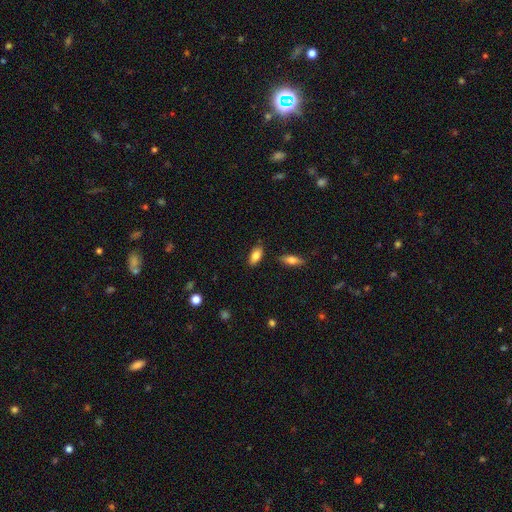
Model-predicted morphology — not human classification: Q: Smooth or featured?
A: smooth (84%); runner-up: featured or disk (9%)
Q: How rounded?
A: in between (89%); runner-up: cigar-shaped (7%)
Q: Merging?
A: none (84%); runner-up: minor disturbance (12%)